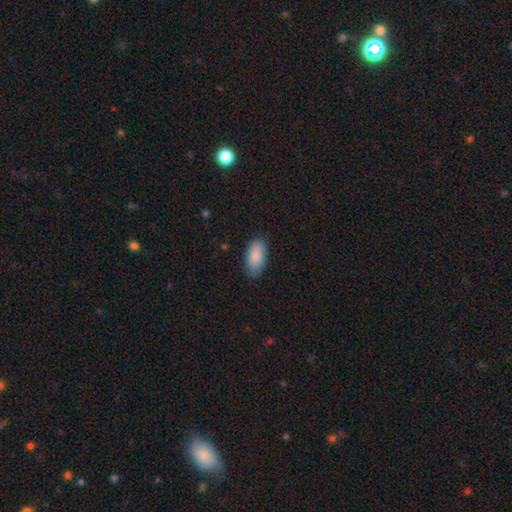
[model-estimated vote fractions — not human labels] A smooth galaxy with no disk features (87%) that is in between round and cigar-shaped (93%). Merging: none (82%).